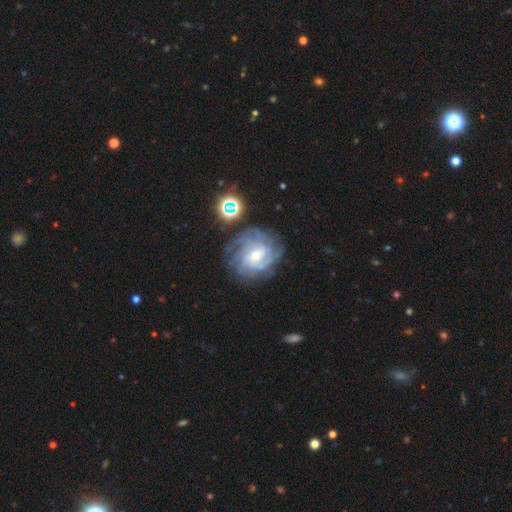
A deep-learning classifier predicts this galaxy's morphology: Overall: featured or disk (85%). Edge-on disk: no (97%). Bar: no (64%; weak 30%). Spiral arms: yes (96%). Spiral arm count: can't tell (30%; 4 23%). Spiral winding: tight (62%; medium 30%). Bulge size: small (55%; moderate 41%). Merging: none (72%).